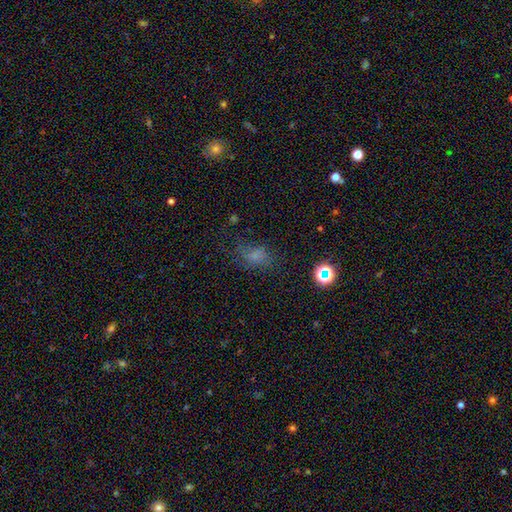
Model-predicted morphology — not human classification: This is possibly a smooth galaxy (57%). How rounded: likely in between (70%). Merging: possibly none (54%).